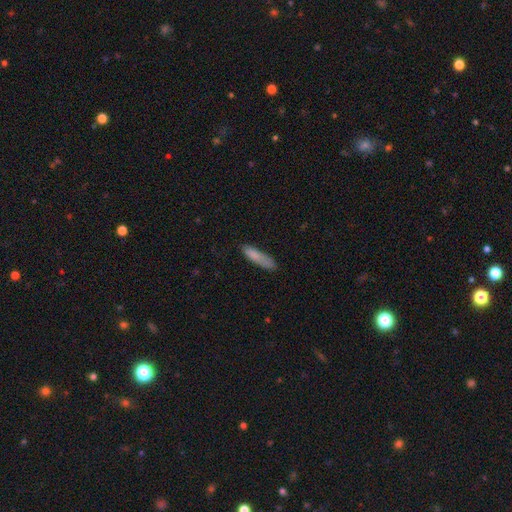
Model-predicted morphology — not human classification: A smooth galaxy with no disk features (82%) that is cigar-shaped (72%). Merging: none (67%).